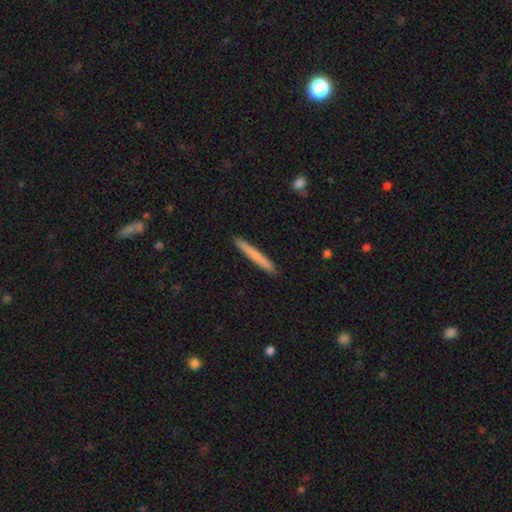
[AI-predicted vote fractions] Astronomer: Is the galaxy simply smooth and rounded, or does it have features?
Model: smooth — 72%.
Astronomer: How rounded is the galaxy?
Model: cigar-shaped — 97%.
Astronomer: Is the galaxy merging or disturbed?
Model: none — 92%.